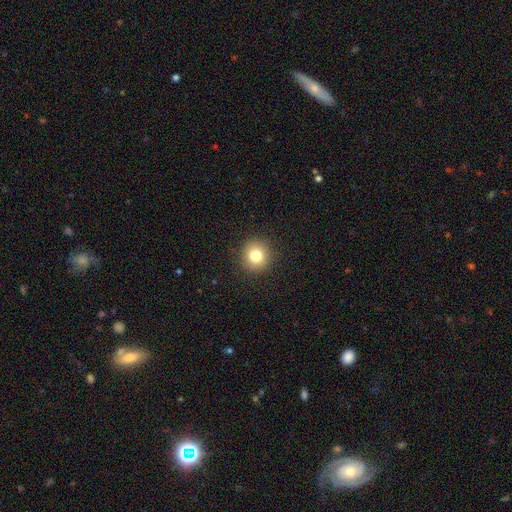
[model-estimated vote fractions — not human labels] This is likely a smooth galaxy (80%). How rounded: clearly round (92%). Merging: clearly none (91%).